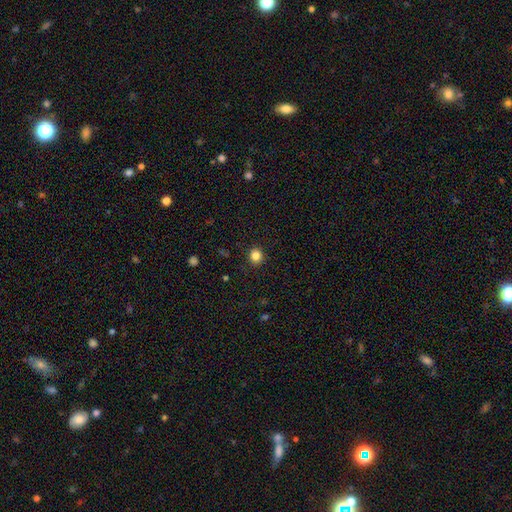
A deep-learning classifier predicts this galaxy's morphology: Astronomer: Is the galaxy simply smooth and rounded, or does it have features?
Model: smooth — 84%.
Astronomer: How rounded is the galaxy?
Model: round — 89%.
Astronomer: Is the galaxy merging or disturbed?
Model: none — 92%.